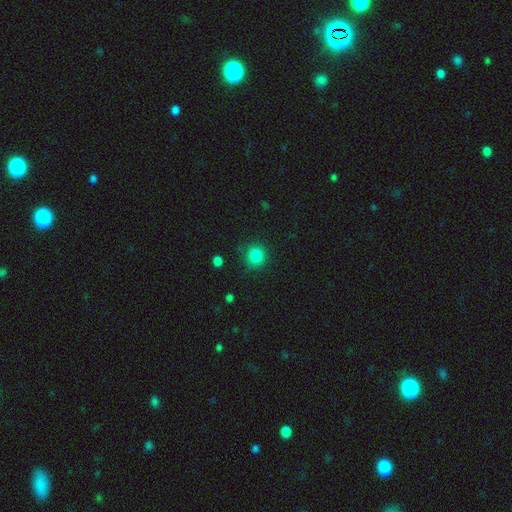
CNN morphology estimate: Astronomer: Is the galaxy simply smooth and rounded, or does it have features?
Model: smooth — 84%.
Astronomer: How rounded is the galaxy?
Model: round — 89%.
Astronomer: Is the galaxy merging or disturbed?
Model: none — 87%.